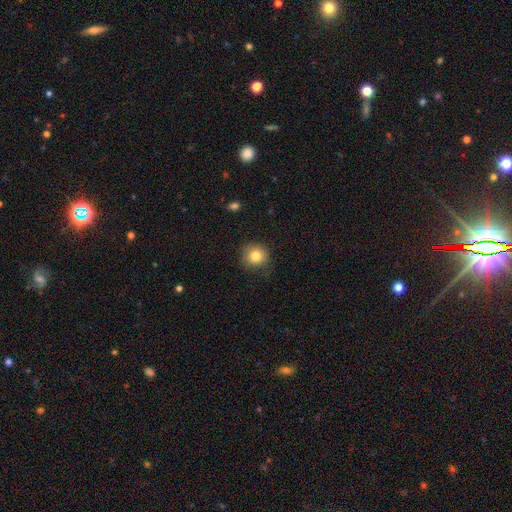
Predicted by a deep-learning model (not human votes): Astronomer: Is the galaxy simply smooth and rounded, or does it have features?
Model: smooth — 82%.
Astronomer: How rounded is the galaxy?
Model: round — 89%.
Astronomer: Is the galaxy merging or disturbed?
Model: none — 82%.